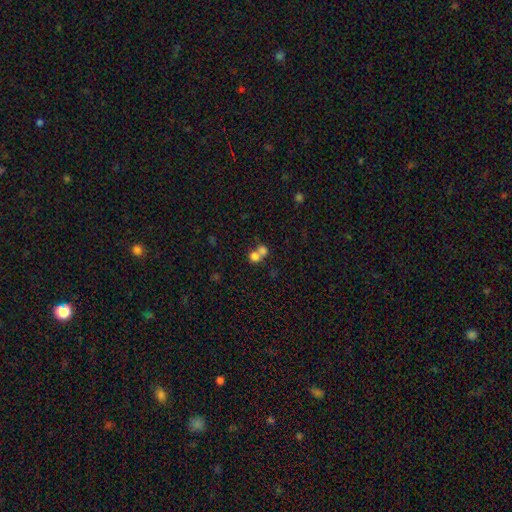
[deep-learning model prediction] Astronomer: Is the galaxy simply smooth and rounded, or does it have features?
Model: smooth — 74%.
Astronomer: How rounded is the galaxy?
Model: round — 70%.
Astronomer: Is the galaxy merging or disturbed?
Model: merger — 66%.